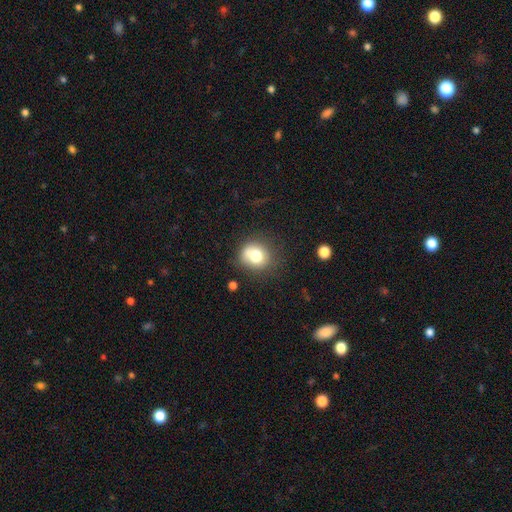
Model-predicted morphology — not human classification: smooth-or-featured: smooth: 74% | featured or disk: 15% | star or artifact: 11%
  how-rounded: round: 77% | in between: 22% | cigar-shaped: 1%
  merging: none: 60% | minor disturbance: 22% | merger: 9% | major disturbance: 9%